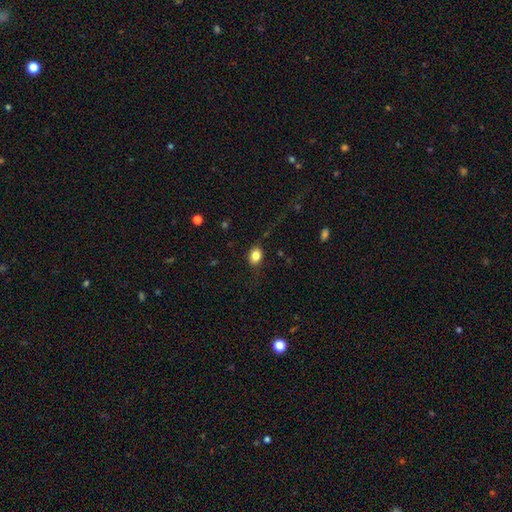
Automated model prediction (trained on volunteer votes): Smooth or featured? smooth (83%)
How rounded? in between (66%)
Merging? none (80%)